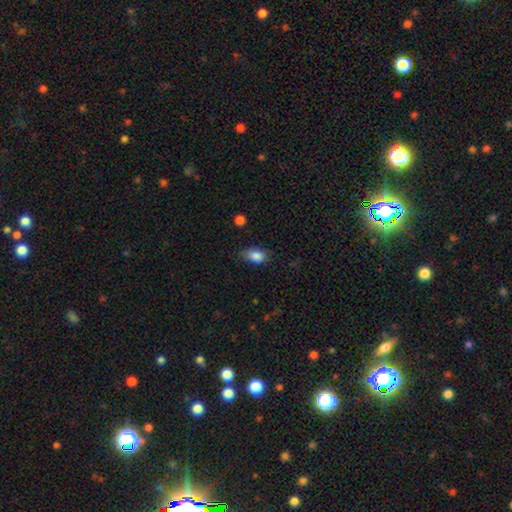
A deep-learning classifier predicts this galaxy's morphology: This appears to be a smooth galaxy with no disk features (85%) that is in between round and cigar-shaped (82%). Merging: none (62%).